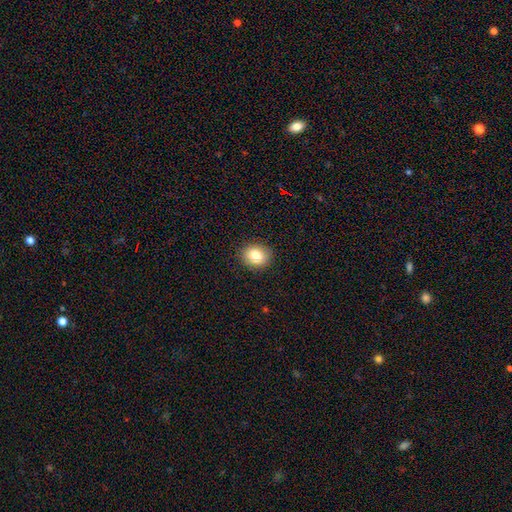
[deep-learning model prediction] The model was most divided on "how rounded": round: 62%, in between: 37%, cigar-shaped: 1%. More confident: merging — none (89%); smooth or featured — smooth (82%).